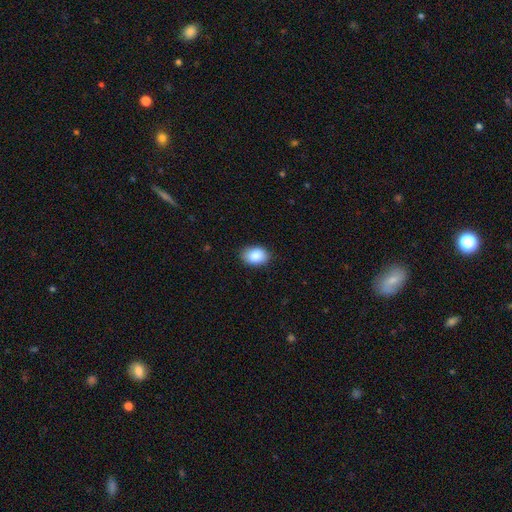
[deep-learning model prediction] Q: Smooth or featured?
A: smooth (88%); runner-up: star or artifact (7%)
Q: How rounded?
A: in between (80%); runner-up: round (19%)
Q: Merging?
A: none (85%); runner-up: minor disturbance (11%)